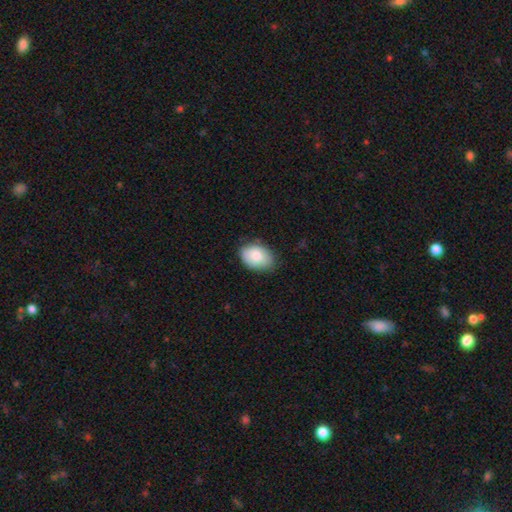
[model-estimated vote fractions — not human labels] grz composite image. It shows a smooth galaxy with no disk features (84%) that is in between round and cigar-shaped (84%). Merging: none (79%).